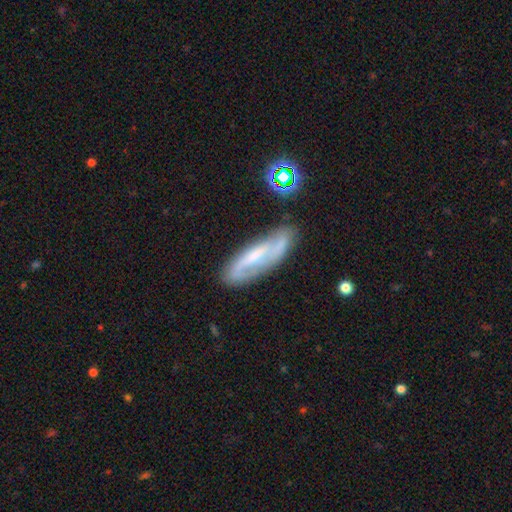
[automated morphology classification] featured or disk 61%, smooth 30%, star or artifact 9%. Down the decision tree: edge-on disk — no (74%); merging — none (66%).